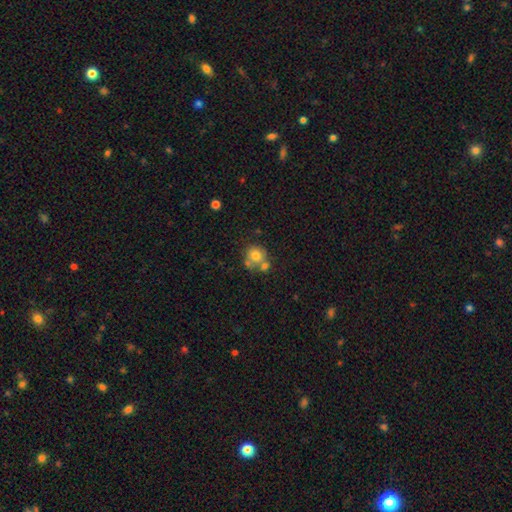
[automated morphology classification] Overall: smooth (73%). How rounded: round (86%). Merging: none (48%; merger 35%).